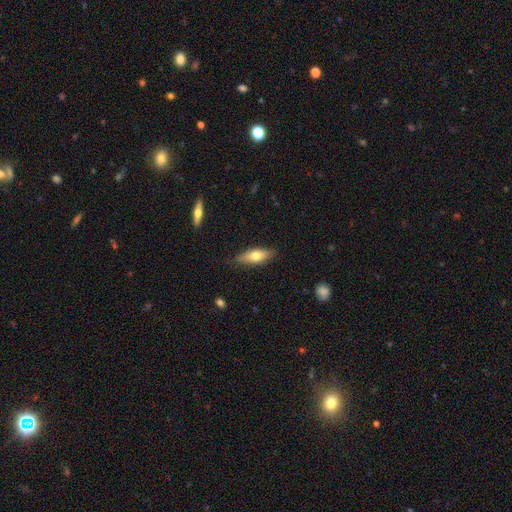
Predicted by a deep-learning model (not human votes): A smooth galaxy with no disk features (64%) that is in between round and cigar-shaped (59%).

Vote fractions:
- Smooth or featured? smooth: 64% / featured or disk: 30% / star or artifact: 6%
- How rounded? in between: 59% / cigar-shaped: 39% / round: 3%
- Merging? none: 82% / minor disturbance: 15% / major disturbance: 3% / merger: 1%